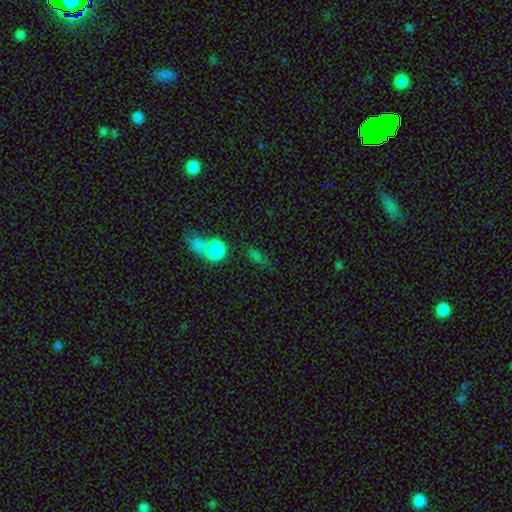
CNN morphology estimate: A smooth galaxy with no disk features (74%) that is in between round and cigar-shaped (55%).

Vote fractions:
- Smooth or featured? smooth: 74% / star or artifact: 17% / featured or disk: 9%
- How rounded? in between: 55% / round: 39% / cigar-shaped: 6%
- Merging? none: 41% / merger: 36% / minor disturbance: 13% / major disturbance: 10%